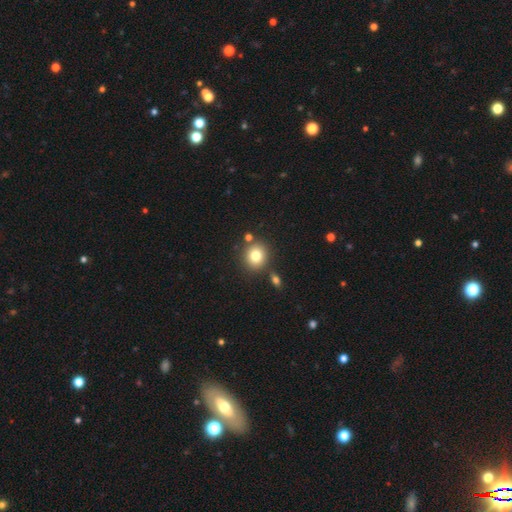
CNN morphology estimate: smooth-or-featured: smooth: 79% | star or artifact: 11% | featured or disk: 10%
  how-rounded: round: 83% | in between: 16% | cigar-shaped: 1%
  merging: none: 79% | merger: 10% | minor disturbance: 9% | major disturbance: 3%